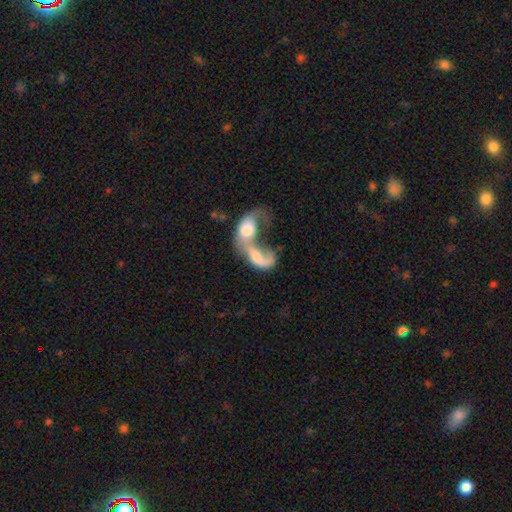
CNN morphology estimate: Overall: smooth (47%; featured or disk 46%). Merging: merger (81%).